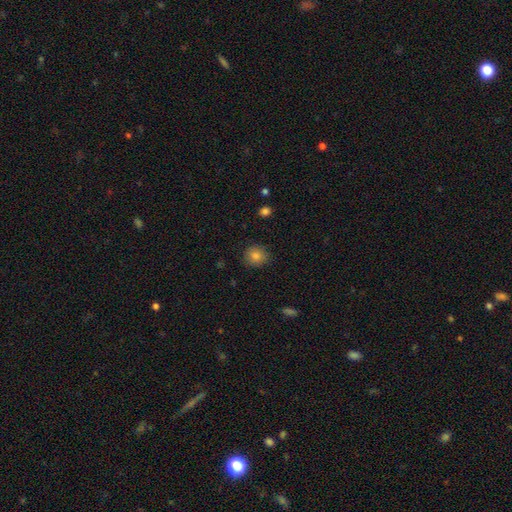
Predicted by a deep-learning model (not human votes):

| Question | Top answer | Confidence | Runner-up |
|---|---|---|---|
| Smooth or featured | smooth | 82% | star or artifact (11%) |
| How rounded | round | 87% | in between (12%) |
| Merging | none | 88% | minor disturbance (9%) |